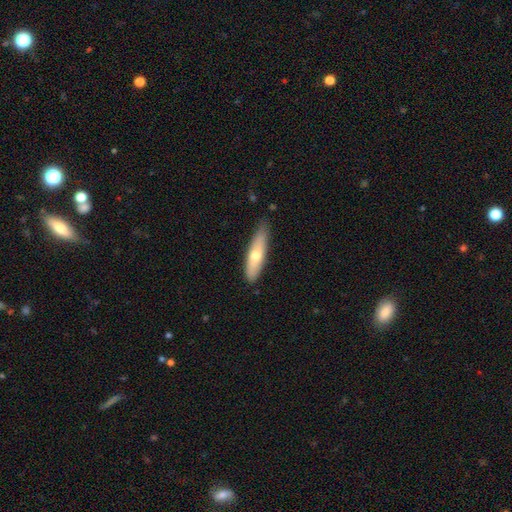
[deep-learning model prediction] Q: Smooth or featured?
A: smooth (62%); runner-up: featured or disk (33%)
Q: How rounded?
A: cigar-shaped (71%); runner-up: in between (27%)
Q: Merging?
A: none (76%); runner-up: minor disturbance (19%)